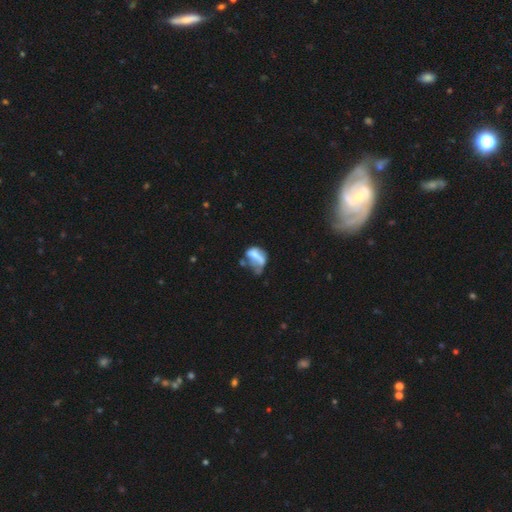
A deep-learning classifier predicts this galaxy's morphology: A featured or disk galaxy (47%).

Vote fractions:
- Smooth or featured? featured or disk: 47% / smooth: 42% / star or artifact: 11%
- Merging? major disturbance: 39% / merger: 23% / minor disturbance: 20% / none: 19%